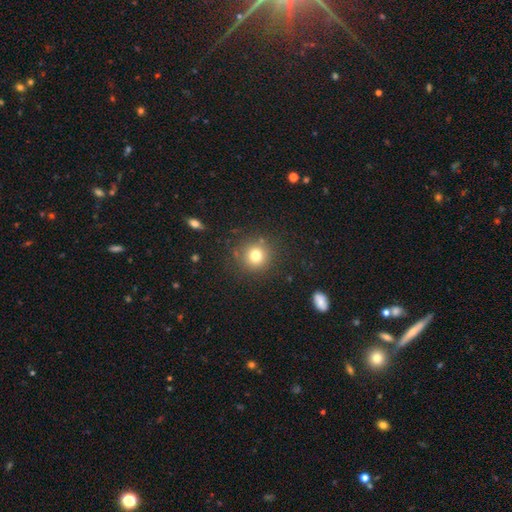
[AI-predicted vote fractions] Smooth or featured: smooth — 76% (star or artifact — 14%)
How rounded: round — 93% (in between — 6%)
Merging: none — 85% (minor disturbance — 9%)